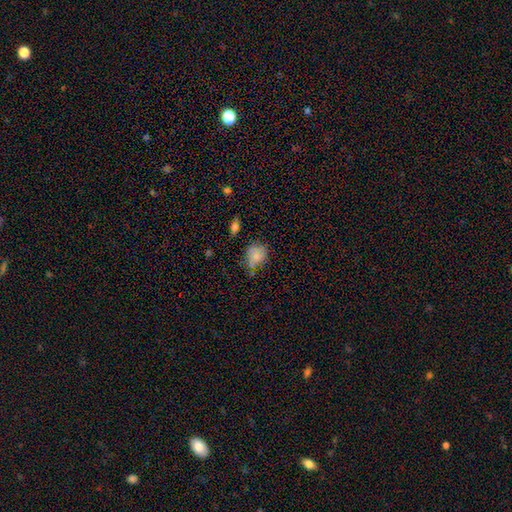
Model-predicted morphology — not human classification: Smooth or featured: smooth — 72% (featured or disk — 17%)
How rounded: in between — 55% (round — 44%)
Merging: none — 45% (minor disturbance — 35%)